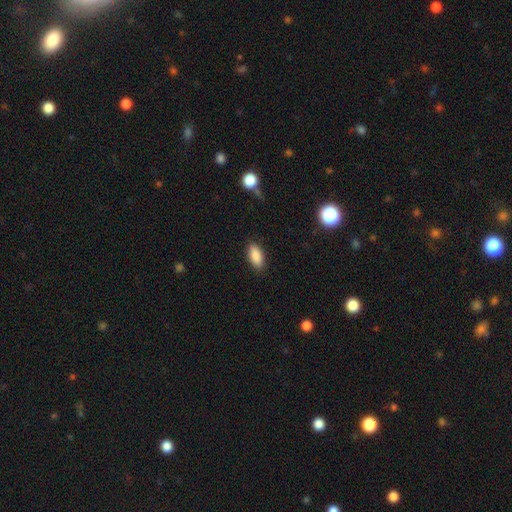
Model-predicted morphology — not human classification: smooth 88%, star or artifact 7%, featured or disk 4%. Down the decision tree: how rounded — in between (89%); merging — none (87%).